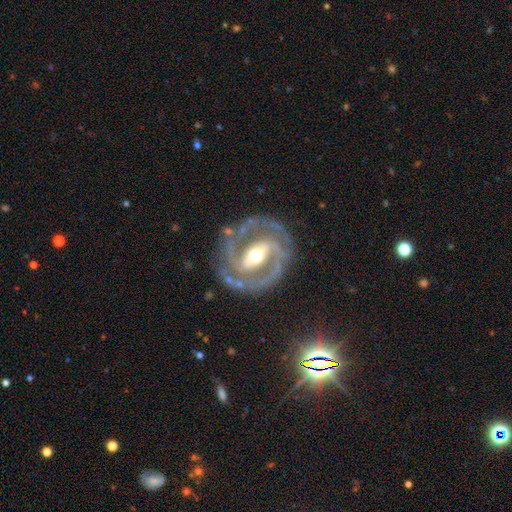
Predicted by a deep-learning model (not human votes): This is clearly a featured or disk galaxy (91%). It is clearly not viewed edge-on (97%). Bar: possibly strong (53%). Spiral arm pattern: clearly yes (96%). Spiral arm count: clearly 2 (83%). Spiral winding: possibly tight (48%). Central bulge: likely moderate (69%). Merging: likely none (78%).